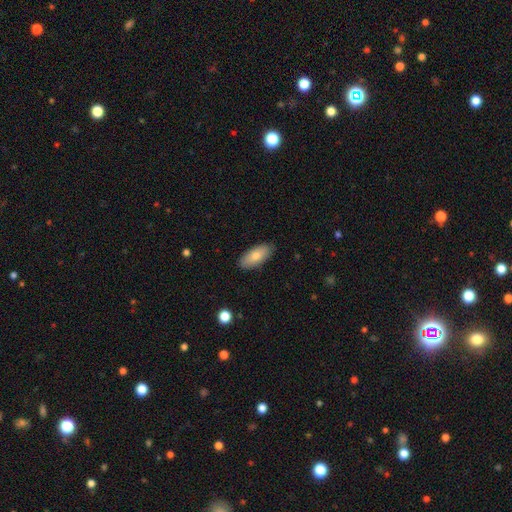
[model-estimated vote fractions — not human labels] This appears to be a smooth galaxy with no disk features (79%) that is in between round and cigar-shaped (87%). Merging: none (88%).